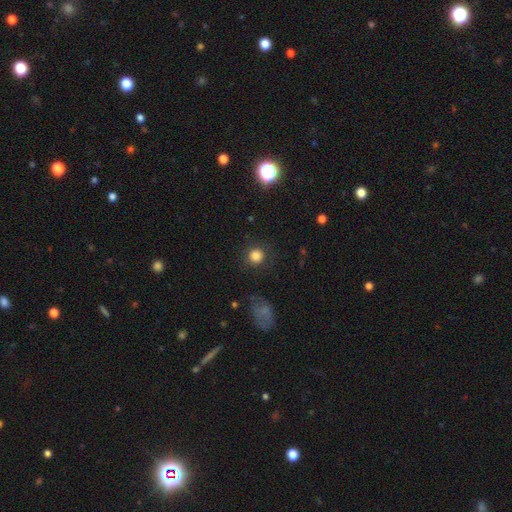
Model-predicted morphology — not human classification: The model was most divided on "smooth or featured": smooth: 83%, star or artifact: 12%, featured or disk: 5%. More confident: how rounded — round (93%); merging — none (85%).